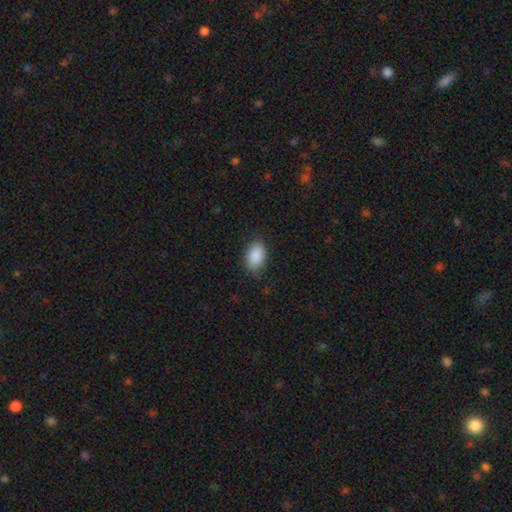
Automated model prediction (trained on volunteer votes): Q: Smooth or featured?
A: smooth (89%); runner-up: star or artifact (7%)
Q: How rounded?
A: in between (90%); runner-up: round (9%)
Q: Merging?
A: none (82%); runner-up: minor disturbance (14%)